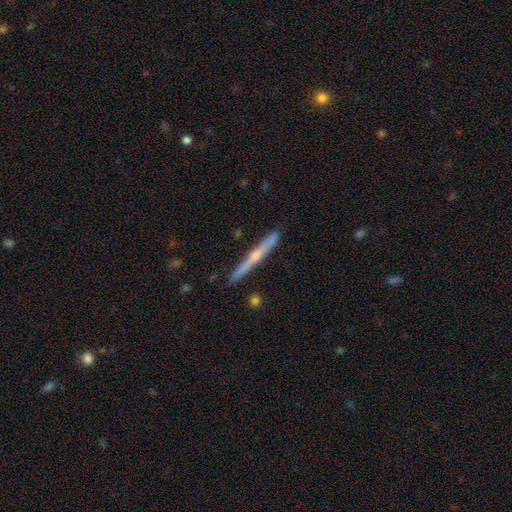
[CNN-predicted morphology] Overall: featured or disk (69%). Edge-on disk: yes (98%). Edge-on bulge: rounded (77%). Merging: none (90%).